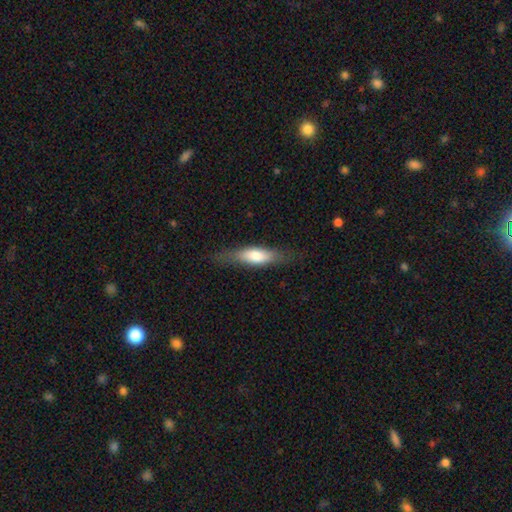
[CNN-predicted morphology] Smooth or featured: smooth — 63% (featured or disk — 31%)
How rounded: cigar-shaped — 53% (in between — 44%)
Merging: none — 75% (minor disturbance — 18%)